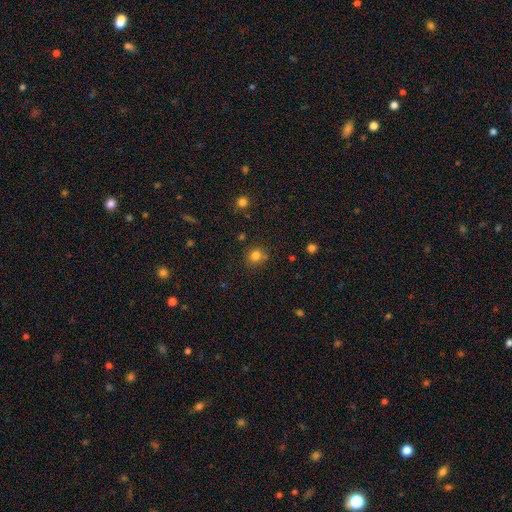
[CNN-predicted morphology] A smooth galaxy with no disk features (81%) that is round (83%). Merging: none (78%).